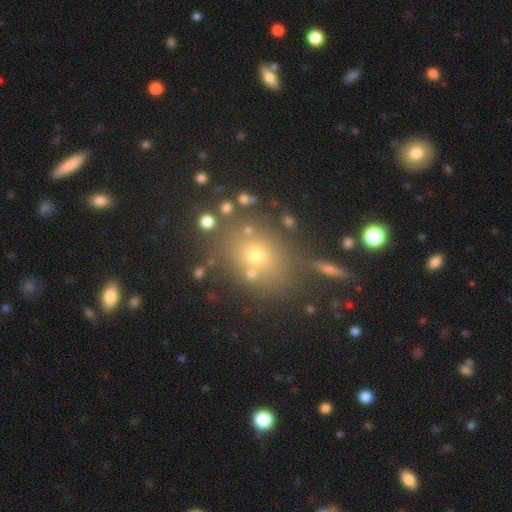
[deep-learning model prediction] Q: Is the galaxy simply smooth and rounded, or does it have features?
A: smooth — 57%.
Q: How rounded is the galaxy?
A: round — 63%.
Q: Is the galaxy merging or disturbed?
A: none — 75%.